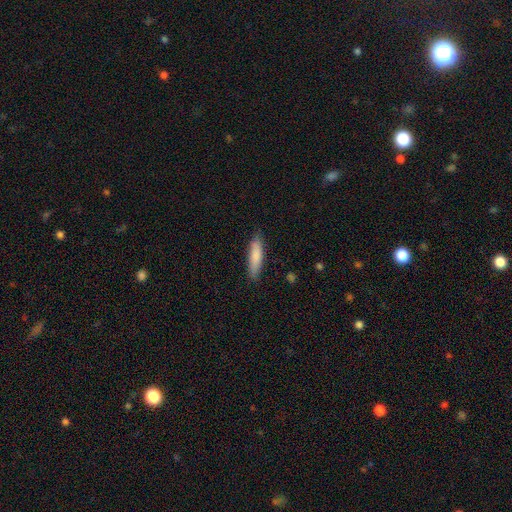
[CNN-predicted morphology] smooth-or-featured: smooth: 82% | featured or disk: 12% | star or artifact: 6%
  how-rounded: cigar-shaped: 76% | in between: 23% | round: 1%
  merging: none: 84% | minor disturbance: 12% | major disturbance: 2% | merger: 1%